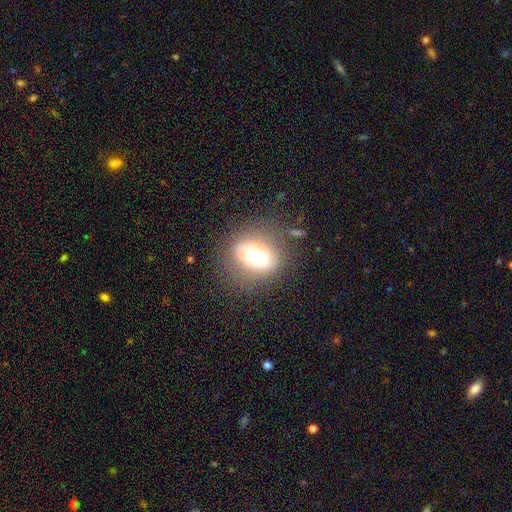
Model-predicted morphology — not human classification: The model was most divided on "smooth or featured": smooth: 52%, featured or disk: 31%, star or artifact: 16%. More confident: how rounded — in between (60%); merging — none (56%).